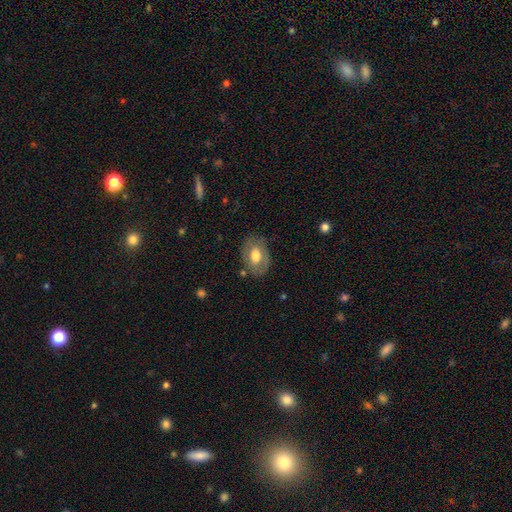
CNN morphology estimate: The model was most divided on "smooth or featured": smooth: 53%, featured or disk: 41%, star or artifact: 7%. More confident: how rounded — in between (80%); merging — none (74%).